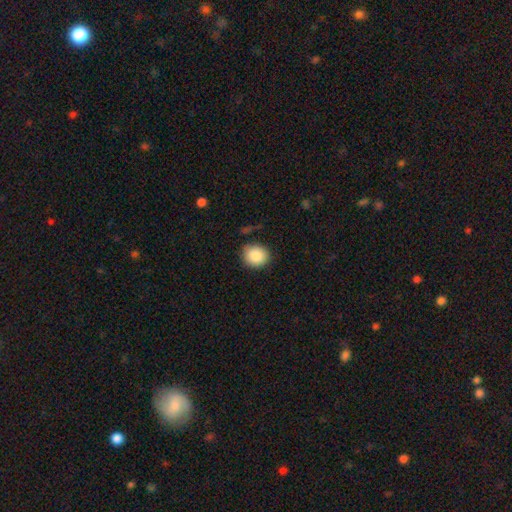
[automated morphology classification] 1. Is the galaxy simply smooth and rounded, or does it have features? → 87% smooth, 8% star or artifact, 5% featured or disk.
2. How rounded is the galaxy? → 74% round, 25% in between, 1% cigar-shaped.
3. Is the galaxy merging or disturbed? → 83% none, 12% minor disturbance, 3% major disturbance, 2% merger.